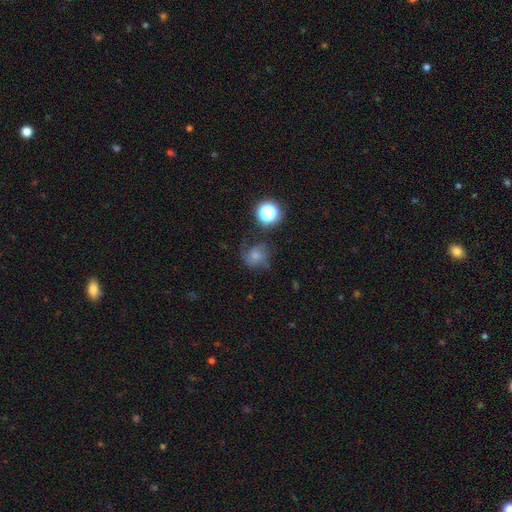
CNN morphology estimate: A smooth galaxy with no disk features (56%) that is round (74%).

Vote fractions:
- Smooth or featured? smooth: 56% / featured or disk: 26% / star or artifact: 18%
- How rounded? round: 74% / in between: 25% / cigar-shaped: 1%
- Merging? none: 50% / minor disturbance: 27% / major disturbance: 20% / merger: 4%